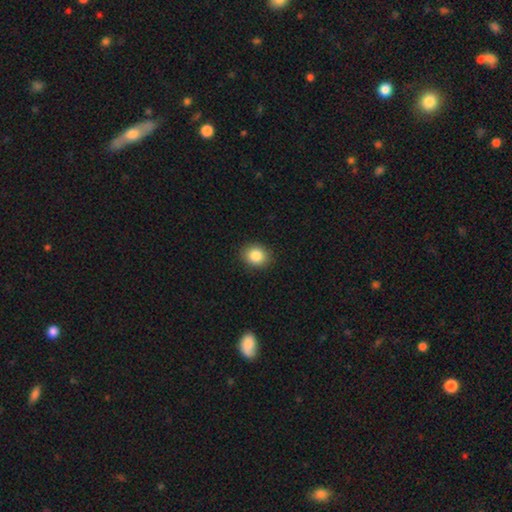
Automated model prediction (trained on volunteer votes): This is clearly a smooth galaxy (85%). How rounded: likely round (65%). Merging: clearly none (90%).